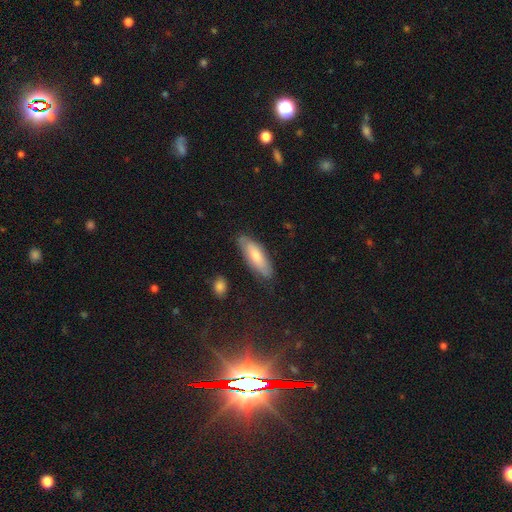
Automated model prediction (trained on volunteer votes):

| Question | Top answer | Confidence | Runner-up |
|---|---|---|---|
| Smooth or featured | smooth | 67% | featured or disk (27%) |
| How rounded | in between | 60% | cigar-shaped (38%) |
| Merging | none | 79% | minor disturbance (16%) |